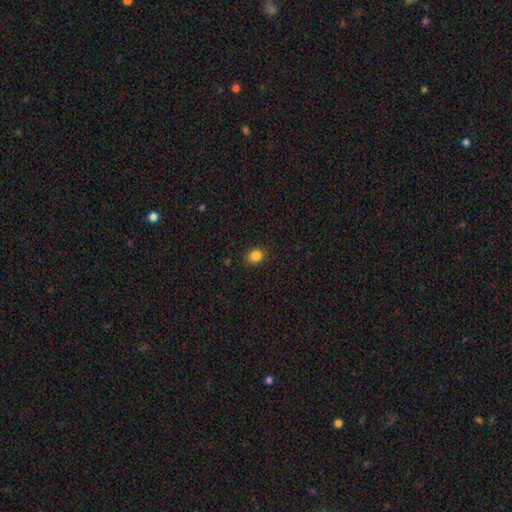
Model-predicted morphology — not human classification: The model was most divided on "how rounded": round: 54%, in between: 45%, cigar-shaped: 1%. More confident: merging — none (89%); smooth or featured — smooth (85%).